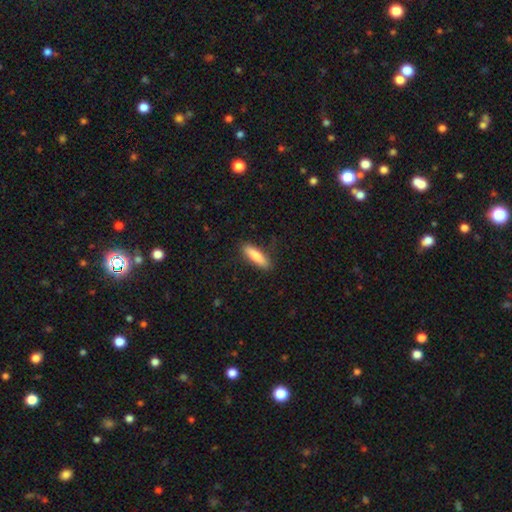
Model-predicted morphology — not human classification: Overall: smooth (78%). How rounded: cigar-shaped (66%; in between 32%). Merging: none (85%).